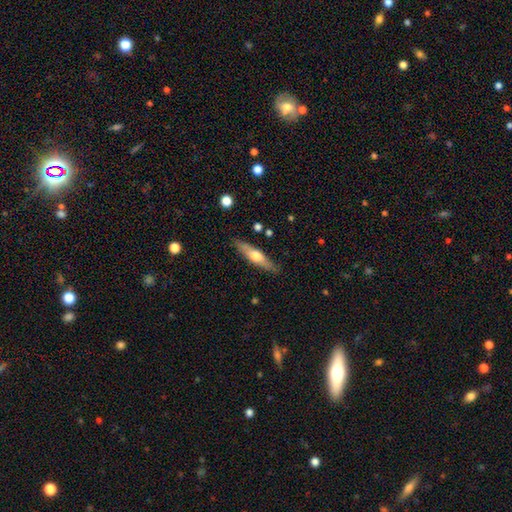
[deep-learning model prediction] This appears to be a featured or disk galaxy (49%). Merging: none (86%).